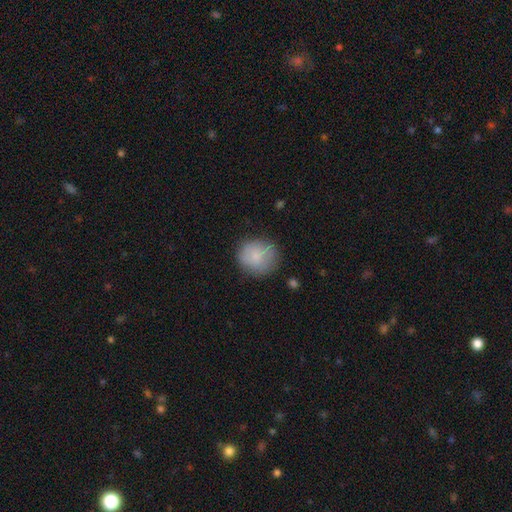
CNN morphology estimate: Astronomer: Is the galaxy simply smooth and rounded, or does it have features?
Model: smooth — 77%.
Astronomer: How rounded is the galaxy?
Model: round — 85%.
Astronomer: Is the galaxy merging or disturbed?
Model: none — 72%.